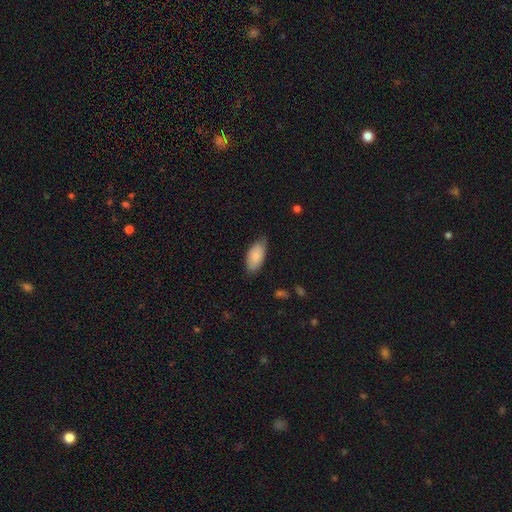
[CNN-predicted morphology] A smooth galaxy with no disk features (83%) that is in between round and cigar-shaped (93%).

Vote fractions:
- Smooth or featured? smooth: 83% / featured or disk: 11% / star or artifact: 6%
- How rounded? in between: 93% / cigar-shaped: 5% / round: 2%
- Merging? none: 72% / minor disturbance: 23% / major disturbance: 3% / merger: 1%